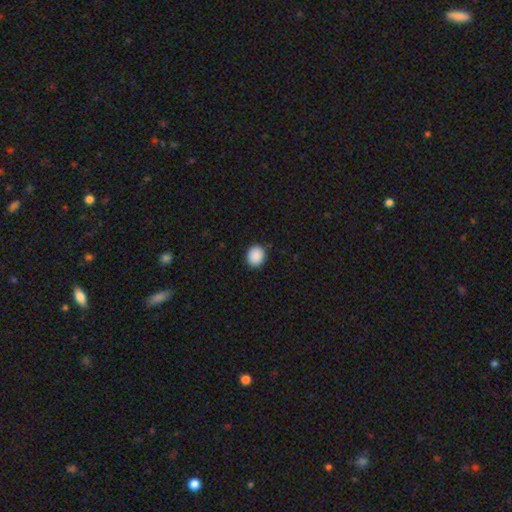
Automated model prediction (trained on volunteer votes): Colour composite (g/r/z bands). It shows a smooth galaxy with no disk features (90%) that is round (71%). Merging: none (90%).